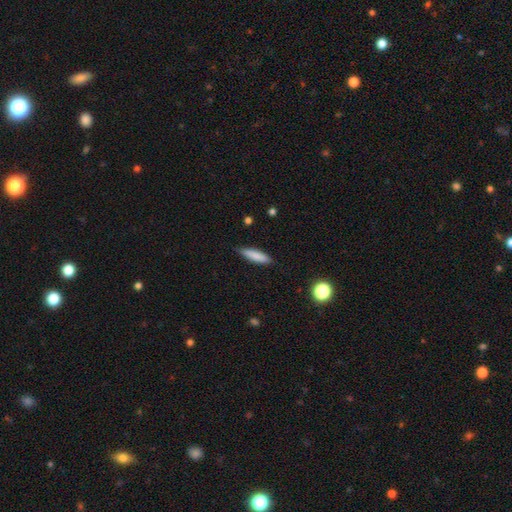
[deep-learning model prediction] Overall: smooth (83%). How rounded: cigar-shaped (72%). Merging: none (82%).